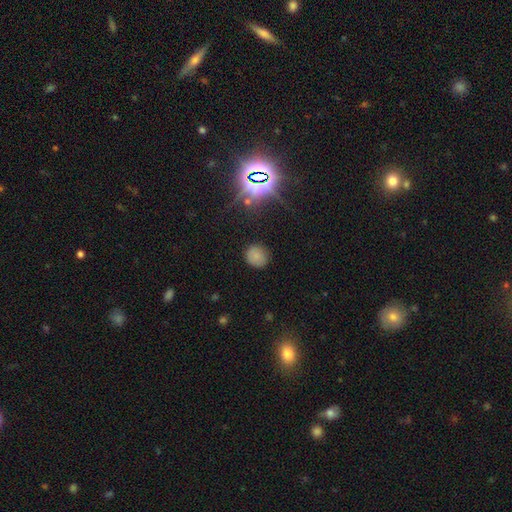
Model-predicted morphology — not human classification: A smooth galaxy with no disk features (76%) that is round (81%).

Vote fractions:
- Smooth or featured? smooth: 76% / star or artifact: 18% / featured or disk: 6%
- How rounded? round: 81% / in between: 18% / cigar-shaped: 1%
- Merging? none: 85% / minor disturbance: 11% / major disturbance: 3% / merger: 1%